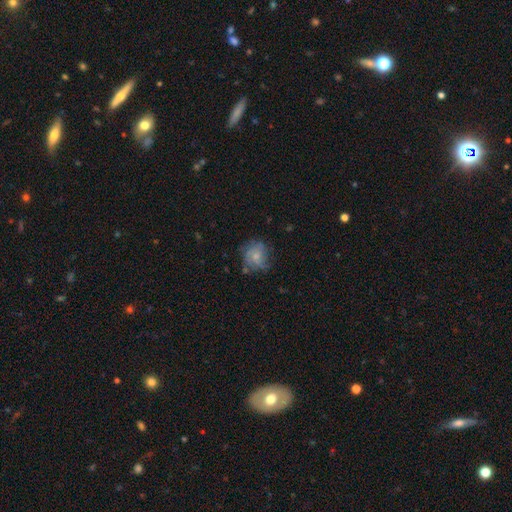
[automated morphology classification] type=featured or disk (57%); edge-on=no (98%); bar=no (77%); spiral arms=yes (83%); bulge=small (60%); merging=none (62%).